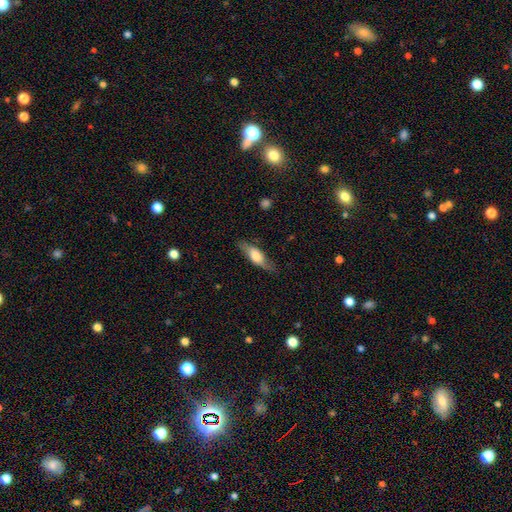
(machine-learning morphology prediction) Q: Smooth or featured?
A: smooth (57%); runner-up: featured or disk (36%)
Q: How rounded?
A: in between (56%); runner-up: cigar-shaped (42%)
Q: Merging?
A: none (76%); runner-up: minor disturbance (17%)